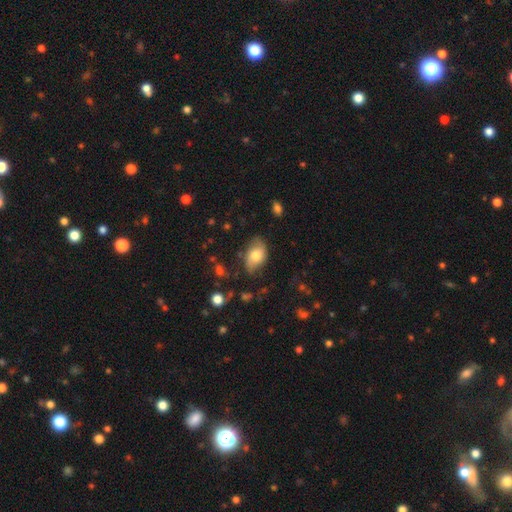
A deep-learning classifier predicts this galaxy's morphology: This is likely a smooth galaxy (61%). How rounded: clearly in between (86%). Merging: likely none (64%).